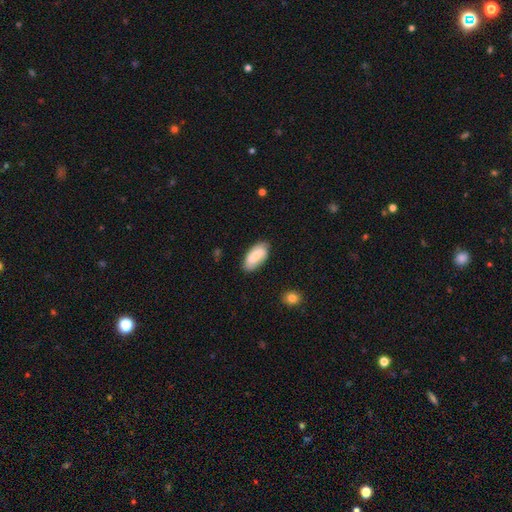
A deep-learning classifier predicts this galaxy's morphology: Overall: smooth (67%). How rounded: in between (91%). Merging: none (75%).